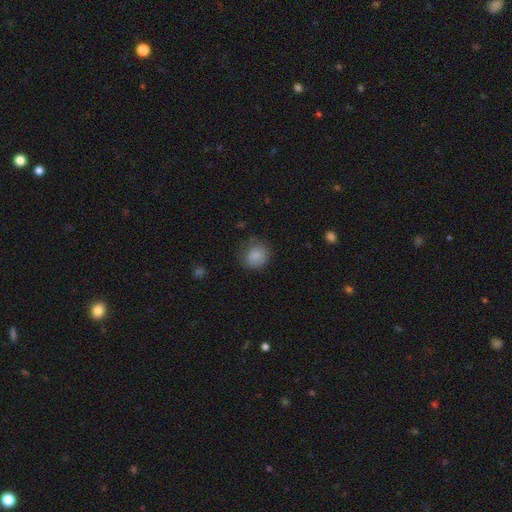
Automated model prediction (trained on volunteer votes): Smooth or featured? smooth (84%)
How rounded? round (74%)
Merging? none (68%)